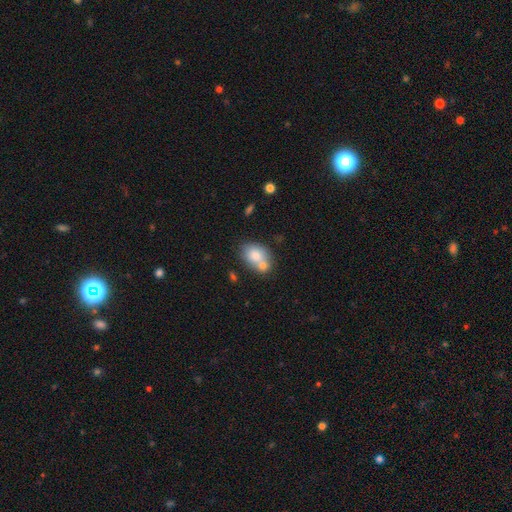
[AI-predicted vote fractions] smooth 76%, featured or disk 15%, star or artifact 8%. Down the decision tree: how rounded — in between (72%); merging — none (44%).